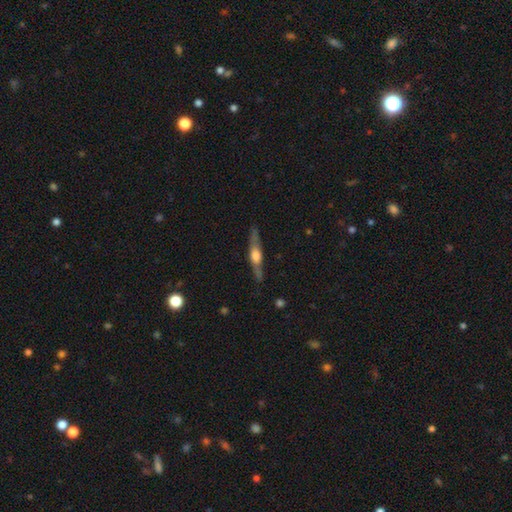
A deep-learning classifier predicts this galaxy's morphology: featured or disk 71%, smooth 24%, star or artifact 5%. Down the decision tree: edge-on disk — yes (96%); edge-on bulge — rounded (86%); merging — none (84%).